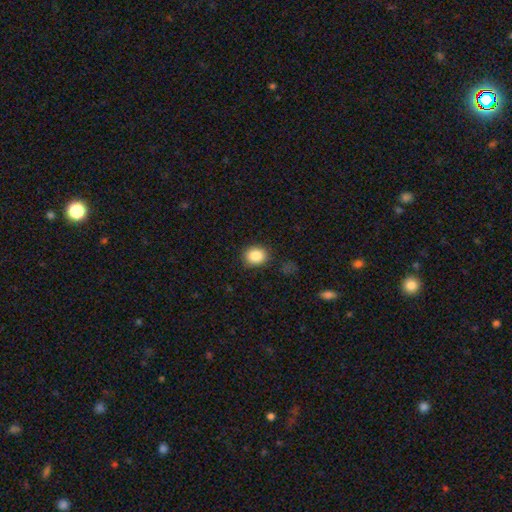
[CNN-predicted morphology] smooth-or-featured: smooth: 86% | star or artifact: 9% | featured or disk: 5%
  how-rounded: round: 59% | in between: 40% | cigar-shaped: 1%
  merging: none: 85% | minor disturbance: 11% | major disturbance: 3% | merger: 1%